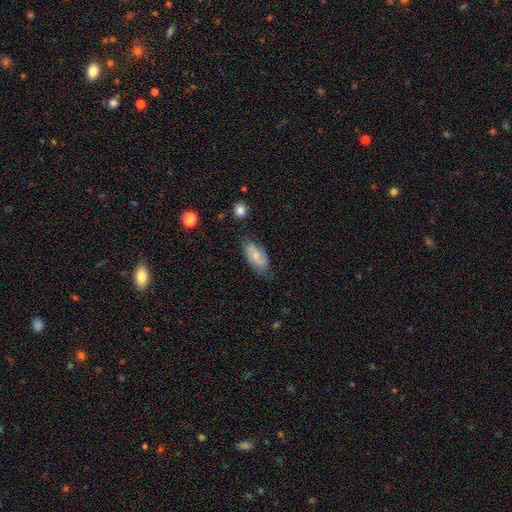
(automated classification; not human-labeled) A featured or disk galaxy (50%). Merging: none (72%).